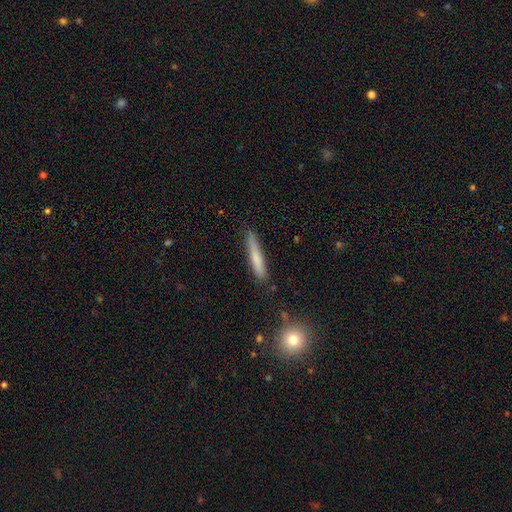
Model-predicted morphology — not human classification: Smooth or featured? smooth (70%)
How rounded? cigar-shaped (94%)
Merging? none (83%)